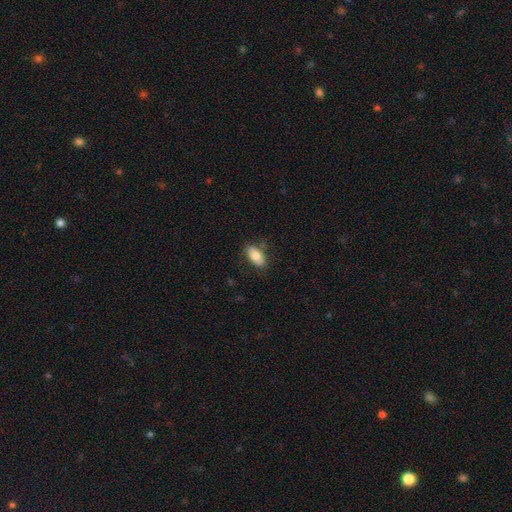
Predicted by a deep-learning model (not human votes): This appears to be a smooth galaxy with no disk features (78%) that is in between round and cigar-shaped (90%). Merging: none (79%).